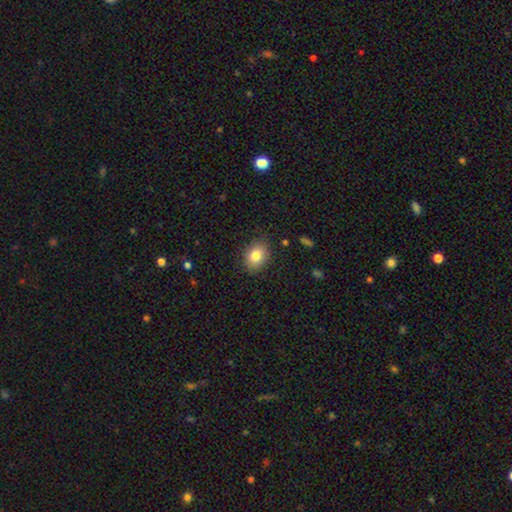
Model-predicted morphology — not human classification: Smooth or featured? Predicted: smooth (p=0.82). How rounded? Predicted: in between (p=0.65). Merging? Predicted: none (p=0.84).